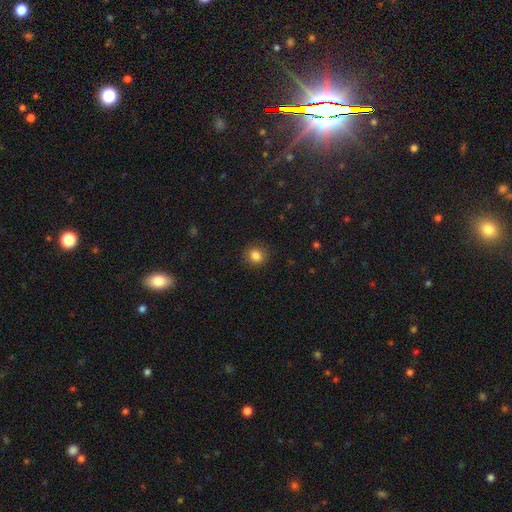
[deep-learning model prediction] Overall: smooth (84%). How rounded: round (79%). Merging: none (88%).